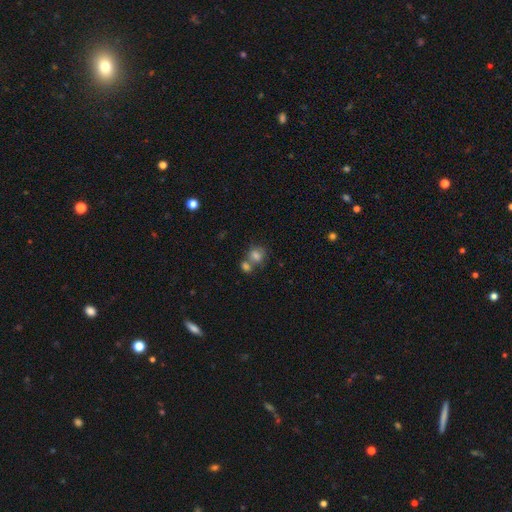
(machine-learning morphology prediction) smooth_or_featured: smooth (p=0.74) [alt: featured or disk p=0.13]
how_rounded: round (p=0.64) [alt: in between p=0.34]
merging: merger (p=0.46) [alt: none p=0.40]